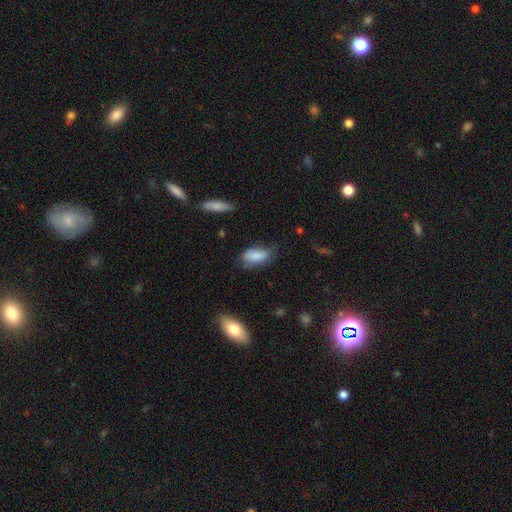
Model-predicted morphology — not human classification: This is clearly a smooth galaxy (82%). How rounded: clearly in between (87%). Merging: possibly none (57%).